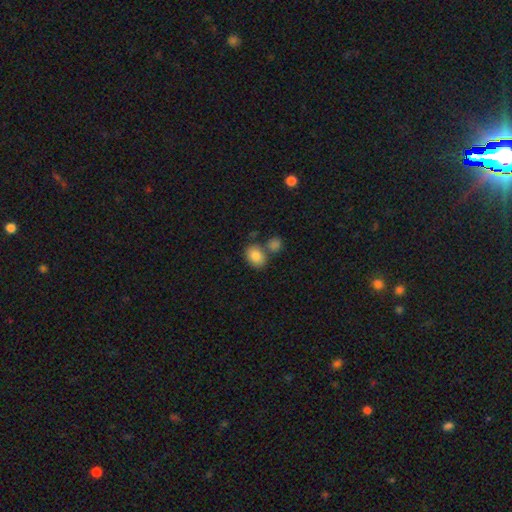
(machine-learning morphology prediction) A smooth galaxy with no disk features (84%) that is in between round and cigar-shaped (65%).

Vote fractions:
- Smooth or featured? smooth: 84% / star or artifact: 8% / featured or disk: 8%
- How rounded? in between: 65% / round: 34% / cigar-shaped: 1%
- Merging? none: 59% / merger: 26% / minor disturbance: 12% / major disturbance: 3%